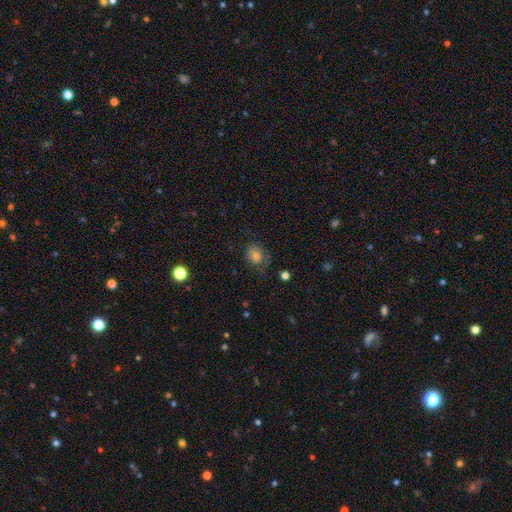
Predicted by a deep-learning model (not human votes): Smooth or featured? smooth (62%)
How rounded? round (60%)
Merging? none (61%)